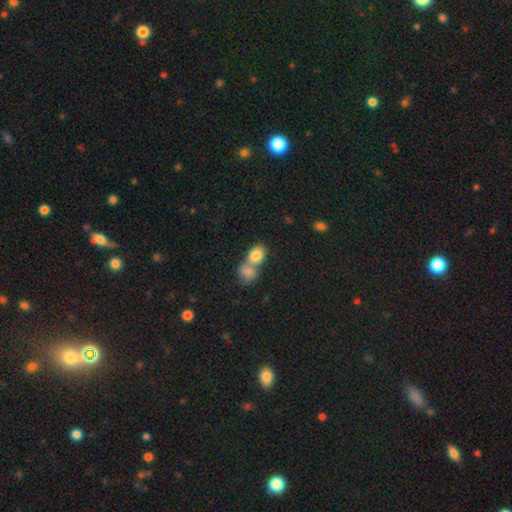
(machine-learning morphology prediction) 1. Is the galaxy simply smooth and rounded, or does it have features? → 82% smooth, 10% featured or disk, 8% star or artifact.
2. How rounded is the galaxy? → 63% in between, 36% round, 1% cigar-shaped.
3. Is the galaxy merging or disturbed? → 63% merger, 27% none, 7% minor disturbance, 3% major disturbance.